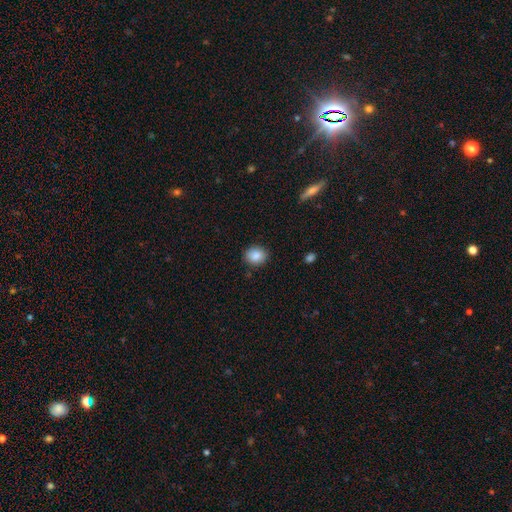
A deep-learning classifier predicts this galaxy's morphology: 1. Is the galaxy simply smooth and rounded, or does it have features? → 87% smooth, 8% star or artifact, 4% featured or disk.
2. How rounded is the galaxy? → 66% round, 33% in between, 1% cigar-shaped.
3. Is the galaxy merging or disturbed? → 88% none, 8% minor disturbance, 2% major disturbance, 1% merger.